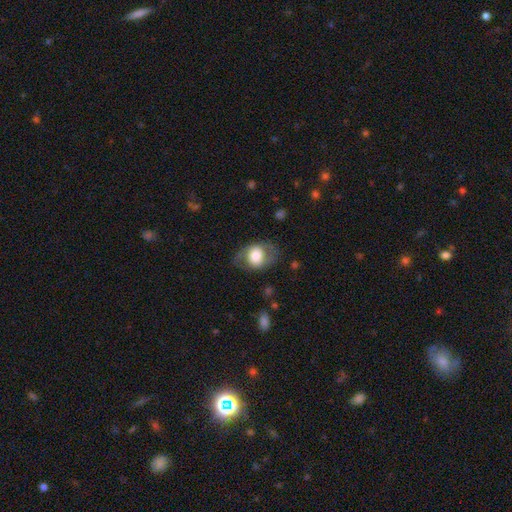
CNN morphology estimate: Smooth or featured? Predicted: smooth (p=0.57). How rounded? Predicted: in between (p=0.54). Merging? Predicted: none (p=0.67).